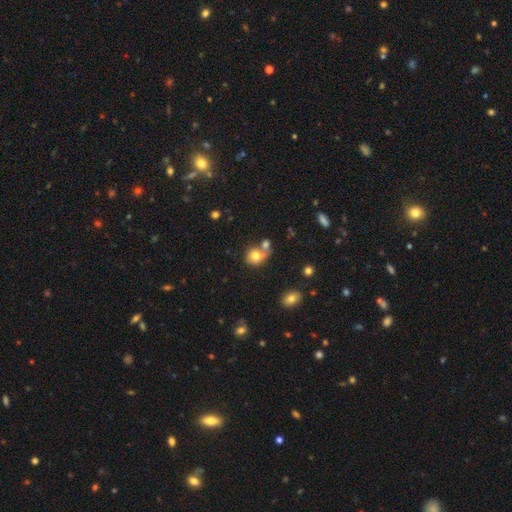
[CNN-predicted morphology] type=smooth (76%); roundness=round (70%); merging=merger (43%).